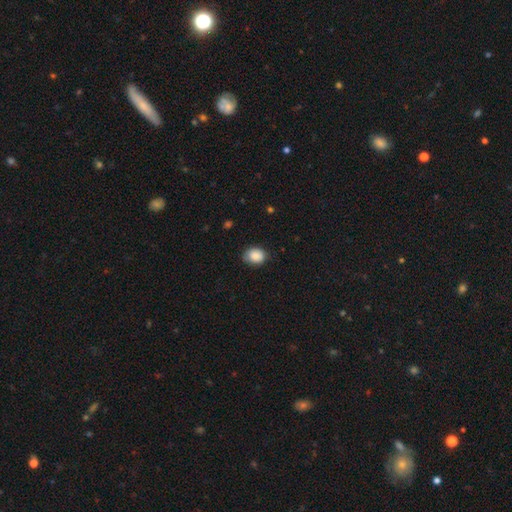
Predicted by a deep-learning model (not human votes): The model was most divided on "how rounded": in between: 60%, round: 39%, cigar-shaped: 1%. More confident: smooth or featured — smooth (88%); merging — none (74%).